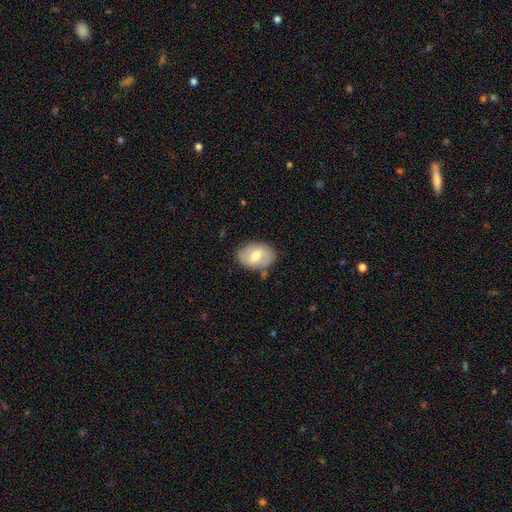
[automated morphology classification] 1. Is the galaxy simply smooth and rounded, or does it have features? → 54% smooth, 40% featured or disk, 6% star or artifact.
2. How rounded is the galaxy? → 80% in between, 19% round, 1% cigar-shaped.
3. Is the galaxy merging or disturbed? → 76% none, 17% minor disturbance, 4% major disturbance, 3% merger.